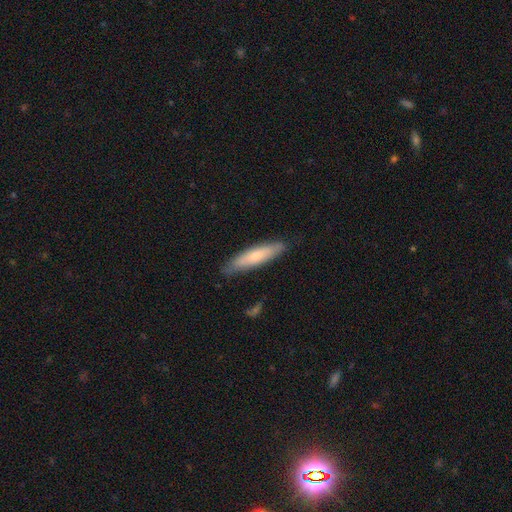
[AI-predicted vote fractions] Smooth or featured?
  - smooth: 67% *
  - featured or disk: 27%
  - star or artifact: 6%
How rounded?
  - cigar-shaped: 81% *
  - in between: 17%
  - round: 1%
Merging?
  - none: 83% *
  - minor disturbance: 14%
  - major disturbance: 2%
  - merger: 1%